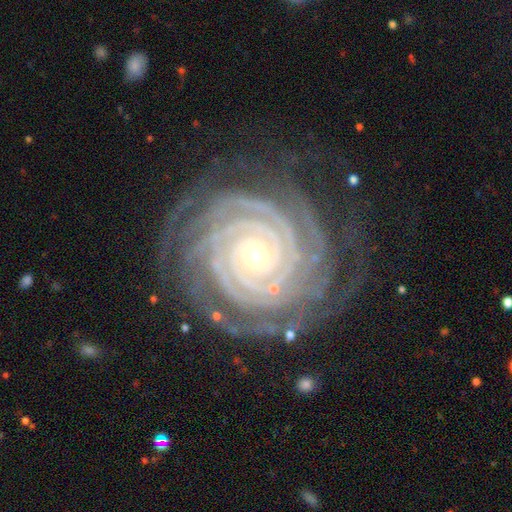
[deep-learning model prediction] This appears to be a featured or disk galaxy (93%) with no bar (68%), 4 (22%, tied with more than 4) tight (90%) spiral arms (99%) and a small central bulge (55%). Merging: none (77%).